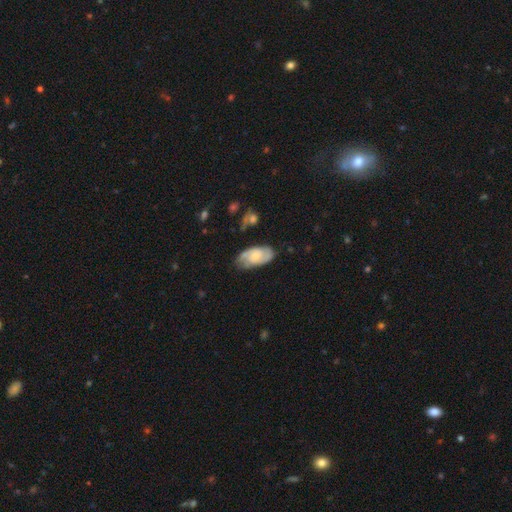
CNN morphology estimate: Smooth or featured?
  - featured or disk: 67% *
  - smooth: 27%
  - star or artifact: 6%
Edge-on disk?
  - no: 95% *
  - yes: 5%
Bar?
  - no: 65% *
  - weak: 31%
  - strong: 5%
Spiral arms?
  - yes: 91% *
  - no: 9%
Spiral winding?
  - medium: 43% *
  - tight: 42%
  - loose: 14%
Spiral arm count?
  - 2: 71% *
  - can't tell: 16%
  - 3: 7%
  - 1: 3%
  - 4: 2%
  - more than 4: 1%
Bulge size?
  - small: 56% *
  - moderate: 30%
  - none: 10%
  - large: 3%
  - dominant: 1%
Merging?
  - none: 70% *
  - minor disturbance: 21%
  - major disturbance: 6%
  - merger: 3%